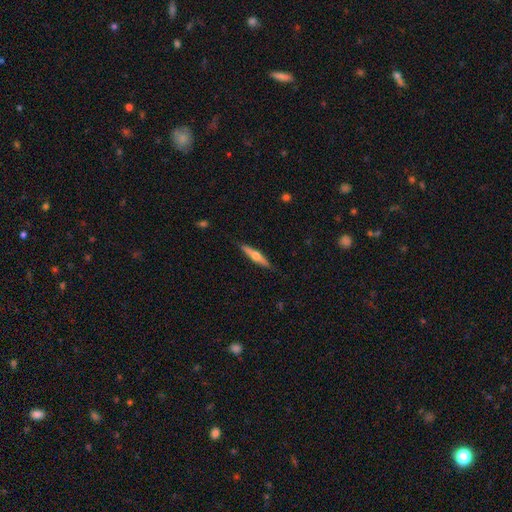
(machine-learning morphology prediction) smooth_or_featured: featured or disk (p=0.60) [alt: smooth p=0.35]
disk_edge_on: yes (p=0.96) [alt: no p=0.04]
edge_on_bulge: rounded (p=0.92) [alt: none p=0.04]
merging: none (p=0.87) [alt: minor disturbance p=0.10]